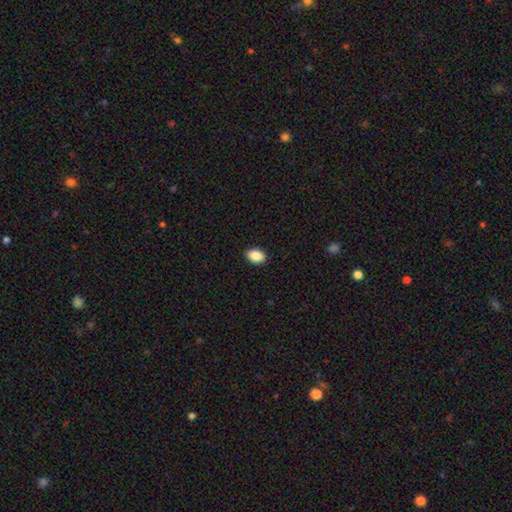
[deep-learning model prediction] Smooth or featured? smooth (88%)
How rounded? in between (83%)
Merging? none (90%)